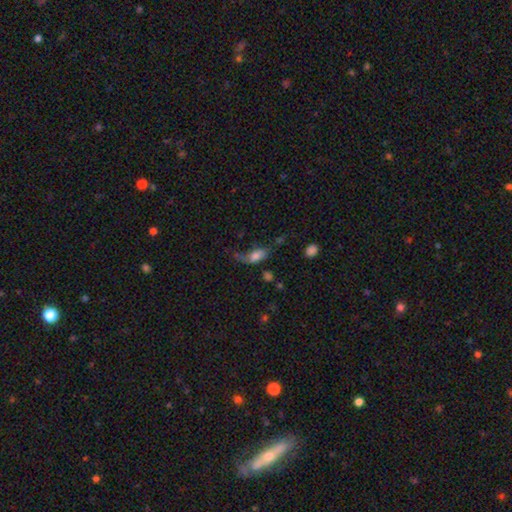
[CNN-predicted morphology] This appears to be a smooth galaxy with no disk features (61%) that is in between round and cigar-shaped (82%). Merging: major disturbance (41%).